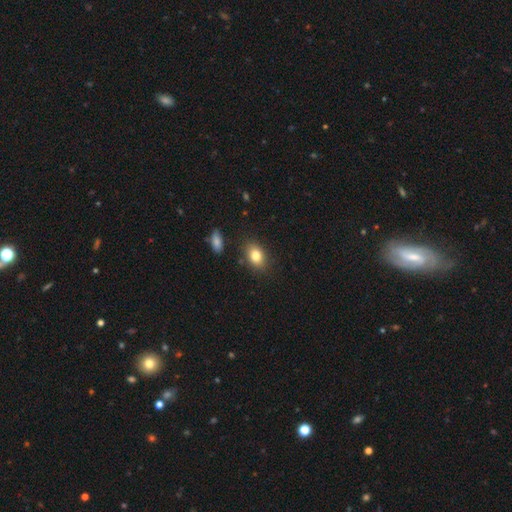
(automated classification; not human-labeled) This appears to be a smooth galaxy with no disk features (81%) that is in between round and cigar-shaped (78%). Merging: none (83%).